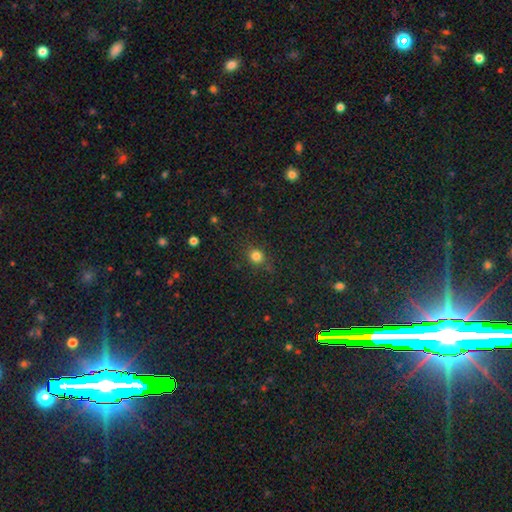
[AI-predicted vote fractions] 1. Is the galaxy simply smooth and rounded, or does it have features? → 81% smooth, 15% star or artifact, 5% featured or disk.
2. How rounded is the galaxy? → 86% round, 13% in between, 1% cigar-shaped.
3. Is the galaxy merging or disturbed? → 81% none, 12% minor disturbance, 4% major disturbance, 2% merger.